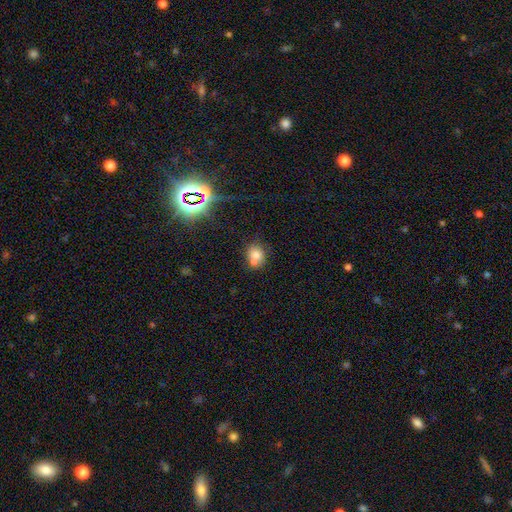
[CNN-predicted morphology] Smooth or featured? Predicted: smooth (p=0.72). How rounded? Predicted: round (p=0.65). Merging? Predicted: none (p=0.48).